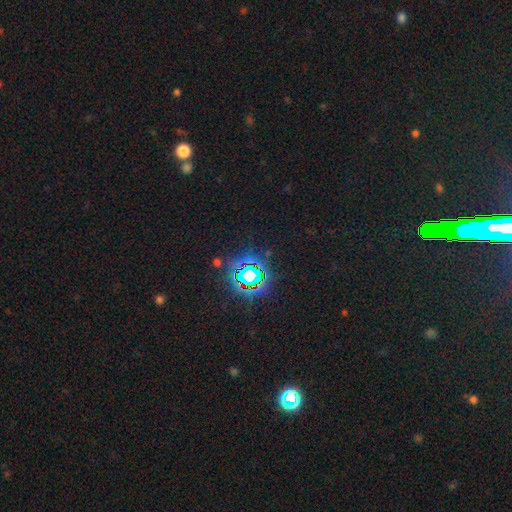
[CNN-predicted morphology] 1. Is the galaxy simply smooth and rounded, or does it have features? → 79% star or artifact, 13% smooth, 8% featured or disk.